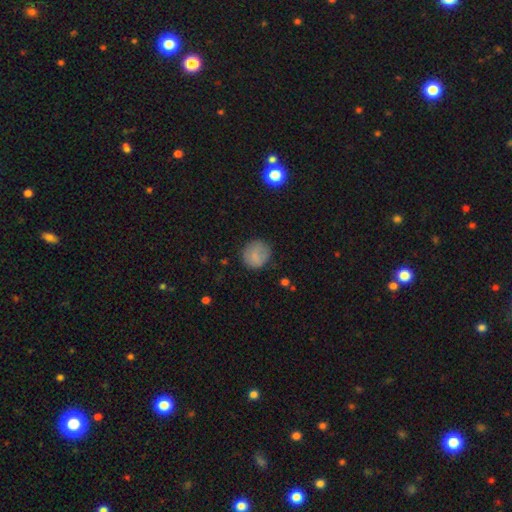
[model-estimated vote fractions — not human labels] Smooth or featured: smooth — 82% (featured or disk — 10%)
How rounded: round — 86% (in between — 13%)
Merging: none — 75% (minor disturbance — 18%)